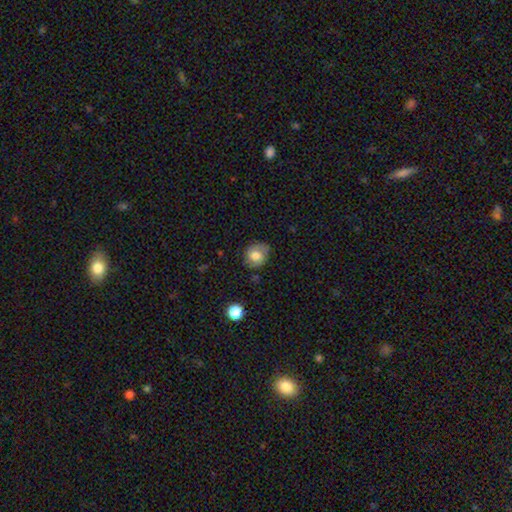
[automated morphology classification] Smooth or featured: smooth — 70% (featured or disk — 21%)
How rounded: round — 66% (in between — 34%)
Merging: none — 69% (minor disturbance — 24%)